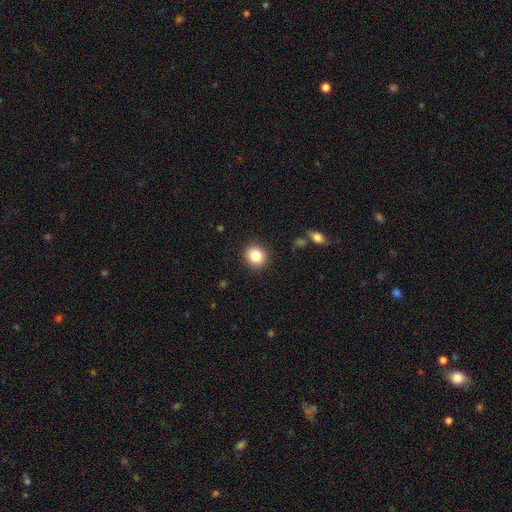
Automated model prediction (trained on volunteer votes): The model was most divided on "how rounded": round: 80%, in between: 19%, cigar-shaped: 1%. More confident: merging — none (90%); smooth or featured — smooth (85%).